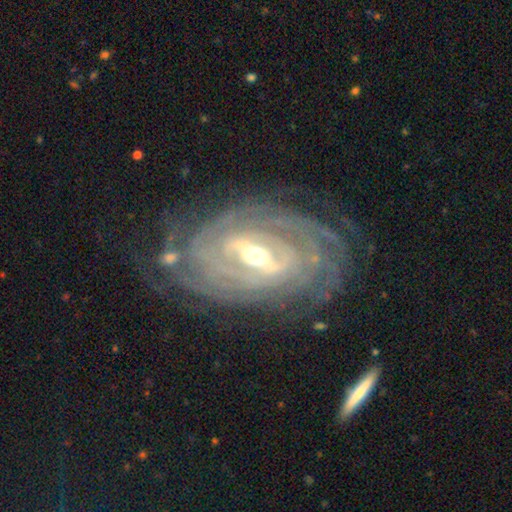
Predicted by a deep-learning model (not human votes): Smooth or featured: featured or disk — 90% (smooth — 5%)
Edge-on disk: no — 93% (yes — 7%)
Bar: strong — 56% (weak — 33%)
Spiral arms: yes — 95% (no — 5%)
Spiral winding: tight — 81% (medium — 15%)
Spiral arm count: can't tell — 35% (4 — 18%)
Bulge size: moderate — 59% (small — 35%)
Merging: none — 74% (minor disturbance — 16%)